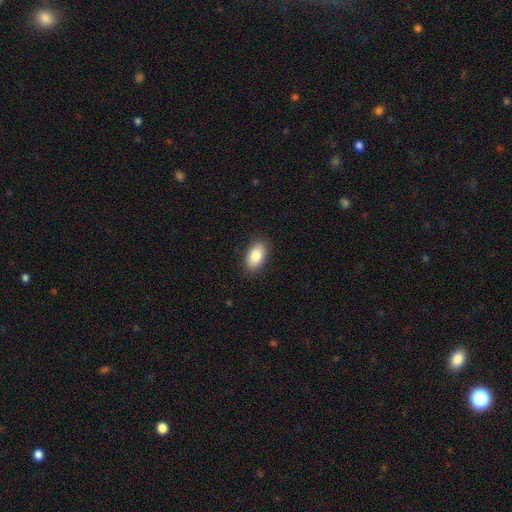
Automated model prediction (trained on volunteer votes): Smooth or featured? smooth (84%)
How rounded? in between (93%)
Merging? none (88%)